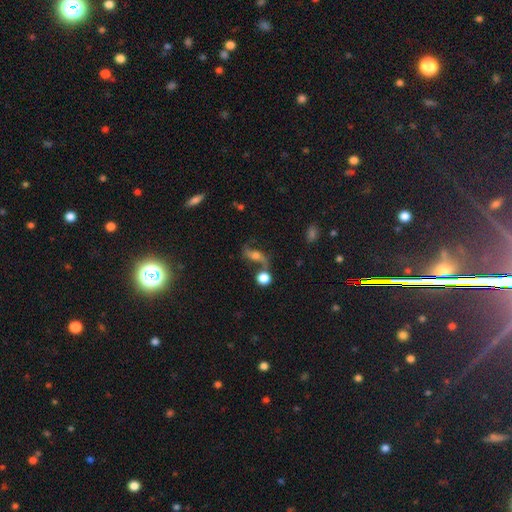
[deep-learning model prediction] Morphology: type=featured or disk (75%); edge-on=no (90%); bar=no (56%); spiral arms=yes (93%); winding=loose (85%); arm count=2 (93%); bulge=moderate (56%); merging=none (61%).